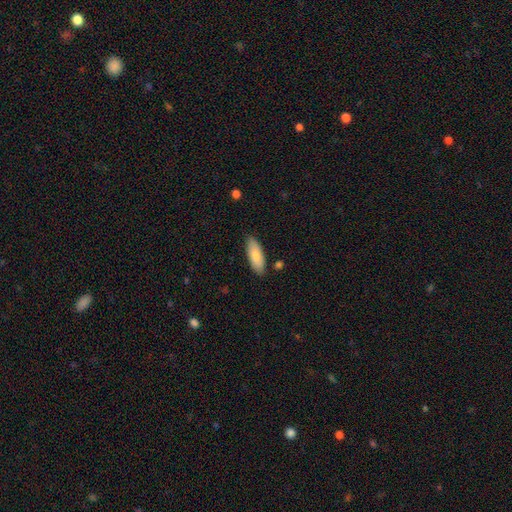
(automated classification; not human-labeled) A smooth galaxy with no disk features (82%) that is in between round and cigar-shaped (73%). Merging: none (85%).